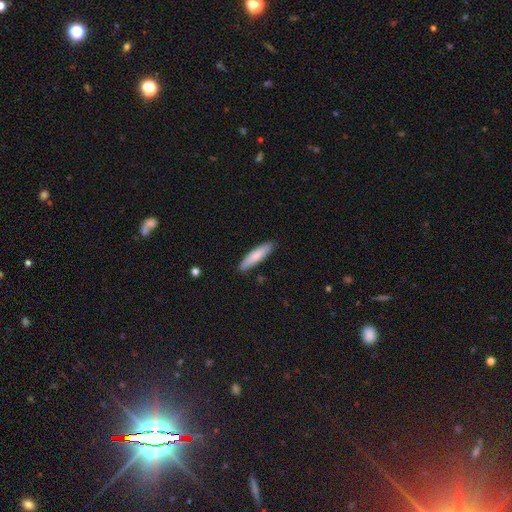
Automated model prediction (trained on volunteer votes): Smooth or featured? smooth (80%)
How rounded? cigar-shaped (76%)
Merging? none (88%)